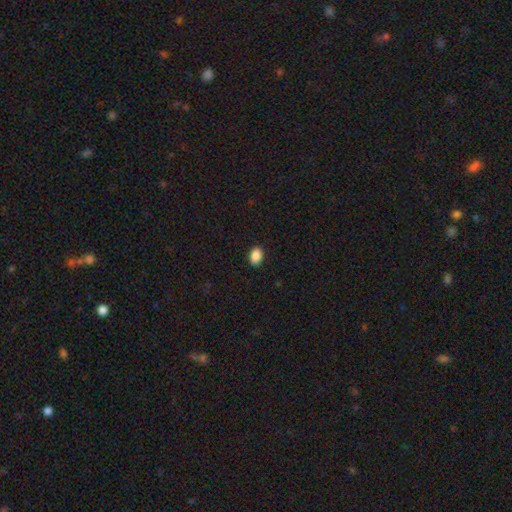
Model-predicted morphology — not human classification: Smooth or featured: smooth — 89% (star or artifact — 8%)
How rounded: in between — 79% (round — 20%)
Merging: none — 89% (minor disturbance — 8%)